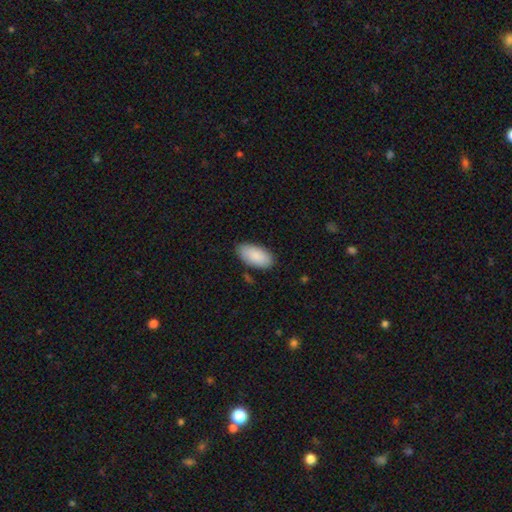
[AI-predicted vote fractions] This is clearly a smooth galaxy (88%). How rounded: clearly in between (94%). Merging: clearly none (81%).